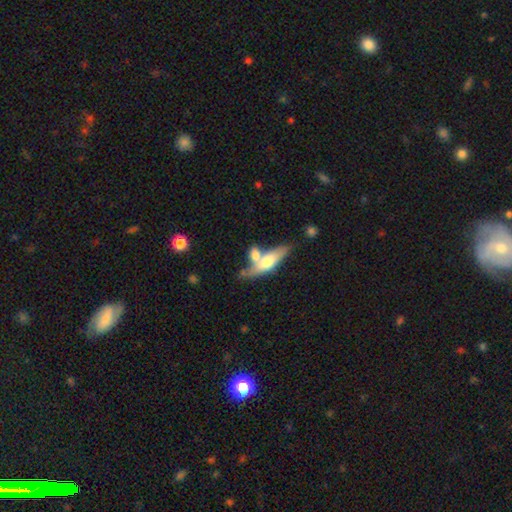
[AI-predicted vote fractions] Smooth or featured? Predicted: smooth (p=0.56). How rounded? Predicted: in between (p=0.53). Merging? Predicted: merger (p=0.45).